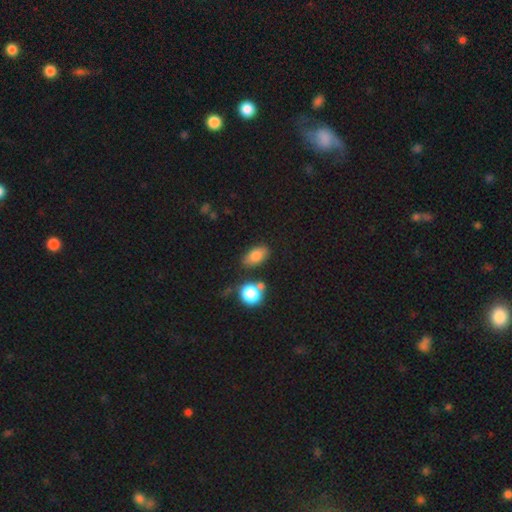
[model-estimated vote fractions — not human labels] This is clearly a smooth galaxy (81%). How rounded: clearly in between (88%). Merging: likely none (74%).